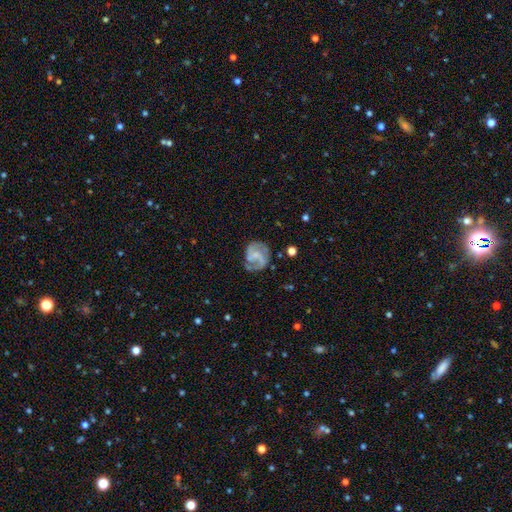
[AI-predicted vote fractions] Smooth or featured: featured or disk — 80% (smooth — 15%)
Edge-on disk: no — 98% (yes — 2%)
Bar: no — 45% (weak — 43%)
Spiral arms: yes — 93% (no — 7%)
Spiral winding: medium — 49% (loose — 27%)
Spiral arm count: 2 — 78% (1 — 8%)
Bulge size: small — 52% (none — 28%)
Merging: none — 62% (minor disturbance — 21%)